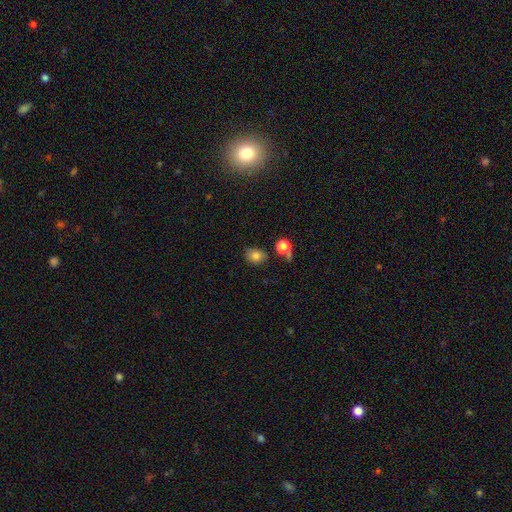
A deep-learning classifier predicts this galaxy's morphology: smooth-or-featured: smooth: 80% | star or artifact: 12% | featured or disk: 8%
  how-rounded: in between: 54% | round: 45% | cigar-shaped: 1%
  merging: none: 70% | minor disturbance: 17% | merger: 7% | major disturbance: 5%